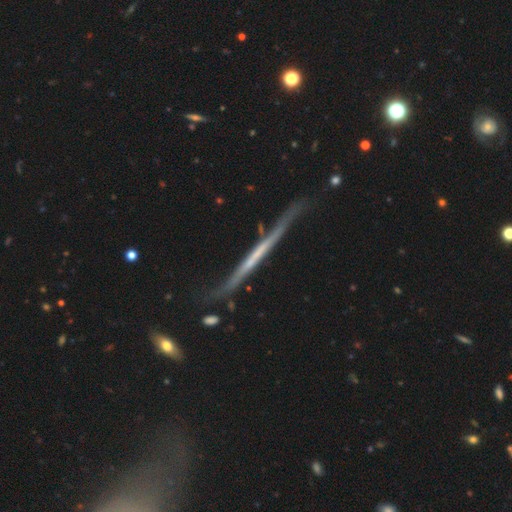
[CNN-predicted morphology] This appears to be a featured or disk galaxy (74%) viewed edge-on (95%) with no central bulge (81%). Merging: none (68%).